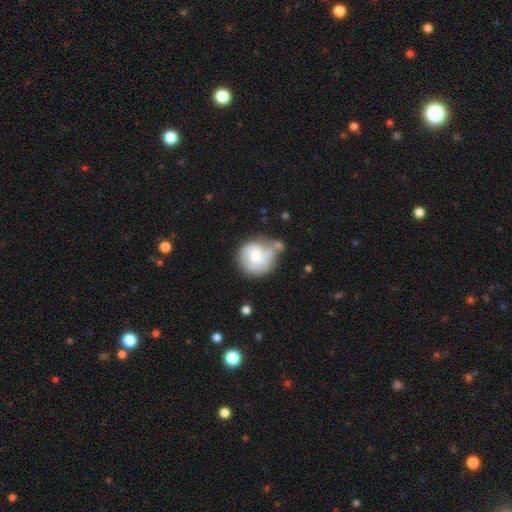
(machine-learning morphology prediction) Smooth or featured?
  - featured or disk: 52% *
  - smooth: 42%
  - star or artifact: 7%
Edge-on disk?
  - no: 97% *
  - yes: 3%
Bar?
  - no: 65% *
  - weak: 30%
  - strong: 5%
Spiral arms?
  - yes: 76% *
  - no: 24%
Bulge size?
  - moderate: 53% *
  - small: 40%
  - large: 4%
  - none: 2%
  - dominant: 1%
Merging?
  - none: 43% *
  - minor disturbance: 25%
  - merger: 21%
  - major disturbance: 12%